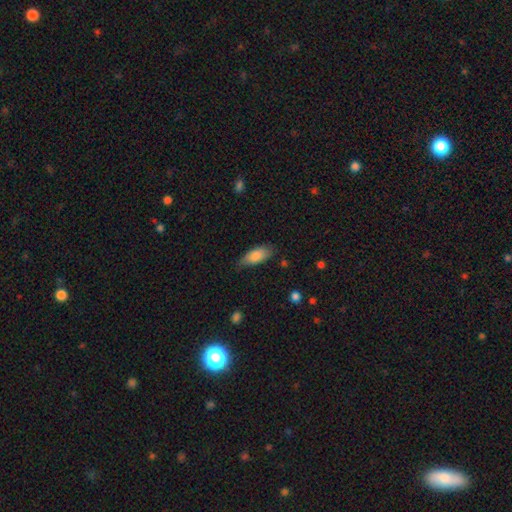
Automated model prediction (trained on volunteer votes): A smooth galaxy with no disk features (83%) that is in between round and cigar-shaped (81%). Merging: none (69%).